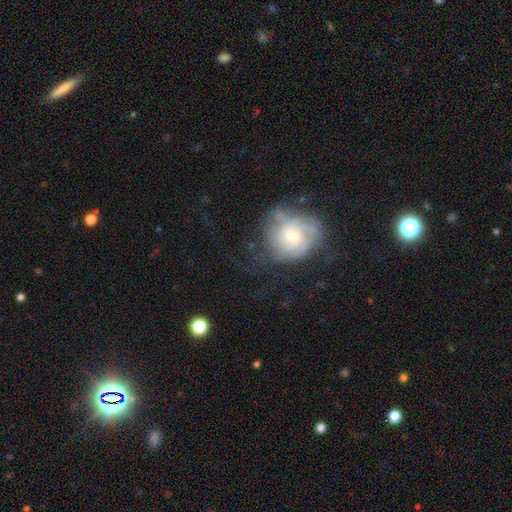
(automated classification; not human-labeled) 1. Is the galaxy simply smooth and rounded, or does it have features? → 42% featured or disk, 34% smooth, 24% star or artifact.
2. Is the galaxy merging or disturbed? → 60% none, 22% minor disturbance, 15% major disturbance, 3% merger.